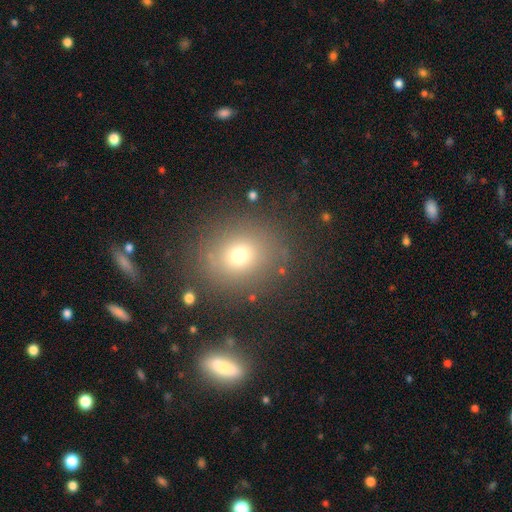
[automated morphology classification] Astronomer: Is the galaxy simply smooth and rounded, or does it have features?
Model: smooth — 61%.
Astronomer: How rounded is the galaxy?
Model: round — 66%.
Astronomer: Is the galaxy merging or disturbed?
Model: none — 84%.